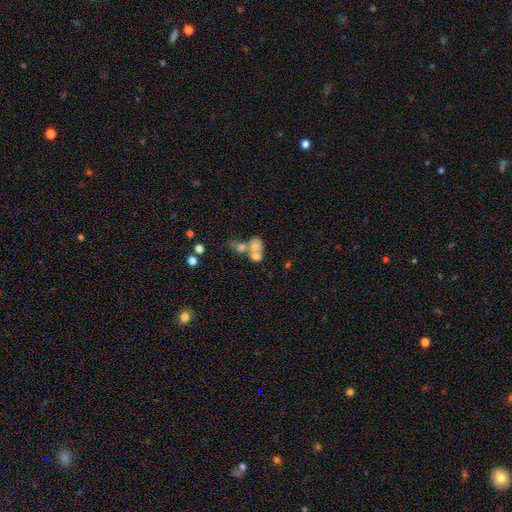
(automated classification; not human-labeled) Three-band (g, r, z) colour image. It shows a smooth galaxy with no disk features (59%) that is in between round and cigar-shaped (59%). Merging: merger (67%).